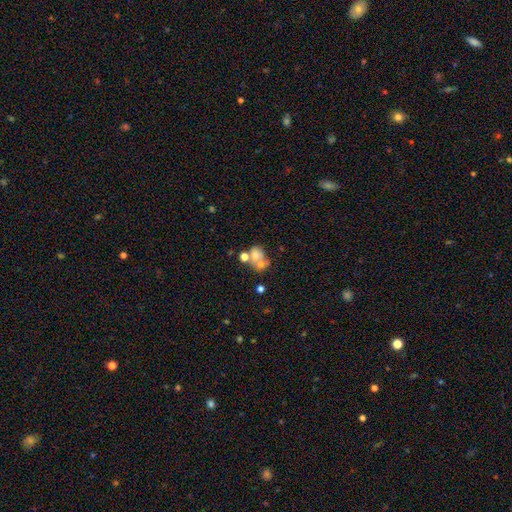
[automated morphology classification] smooth-or-featured: smooth: 53% | featured or disk: 32% | star or artifact: 14%
  how-rounded: round: 50% | in between: 49% | cigar-shaped: 1%
  merging: merger: 51% | none: 26% | major disturbance: 12% | minor disturbance: 11%